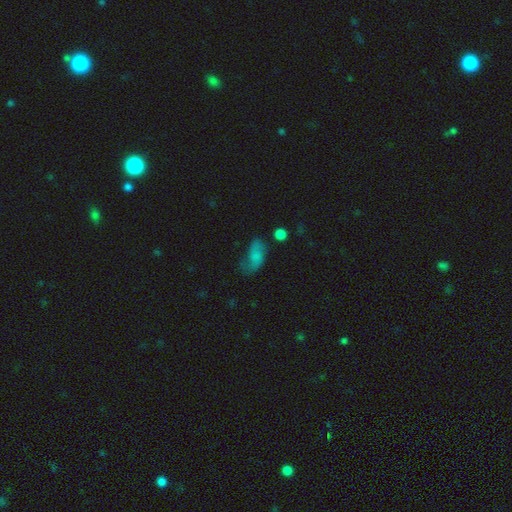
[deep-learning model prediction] Morphology: type=smooth (57%); roundness=in between (88%); merging=none (43%).